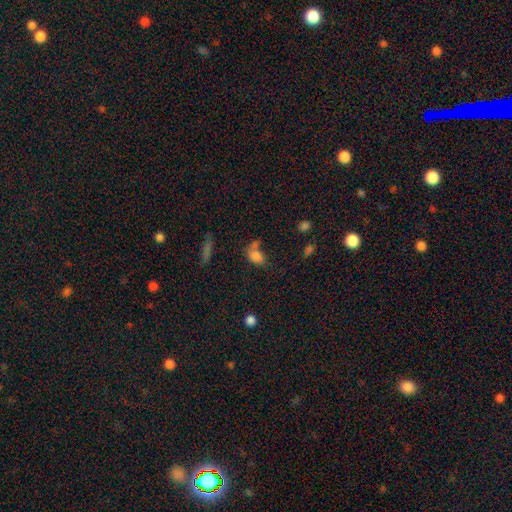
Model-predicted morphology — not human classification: smooth-or-featured: smooth: 79% | star or artifact: 12% | featured or disk: 9%
  how-rounded: in between: 78% | round: 19% | cigar-shaped: 3%
  merging: none: 38% | merger: 32% | minor disturbance: 17% | major disturbance: 13%